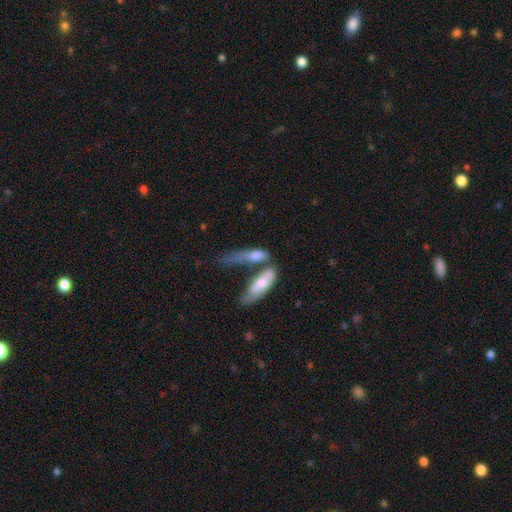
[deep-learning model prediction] Smooth or featured?
  - smooth: 67% *
  - featured or disk: 26%
  - star or artifact: 7%
How rounded?
  - in between: 52% *
  - cigar-shaped: 44%
  - round: 4%
Merging?
  - merger: 49% *
  - none: 22%
  - major disturbance: 15%
  - minor disturbance: 14%